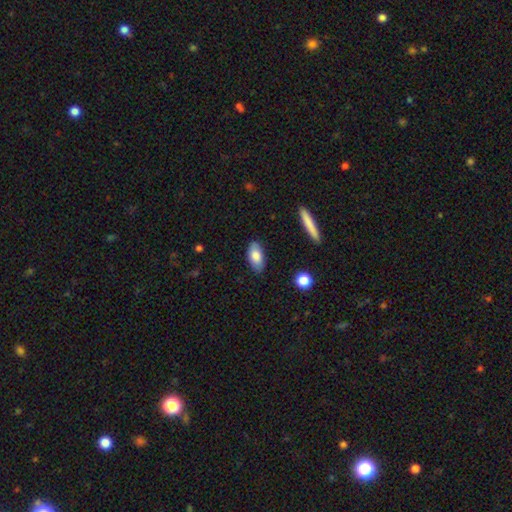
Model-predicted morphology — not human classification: Q: Smooth or featured?
A: smooth (81%); runner-up: featured or disk (13%)
Q: How rounded?
A: in between (91%); runner-up: cigar-shaped (6%)
Q: Merging?
A: none (84%); runner-up: minor disturbance (12%)